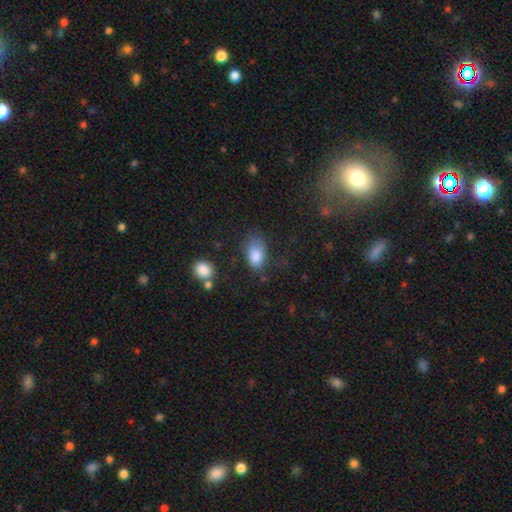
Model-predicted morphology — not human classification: Smooth or featured? smooth (83%)
How rounded? in between (88%)
Merging? none (47%)